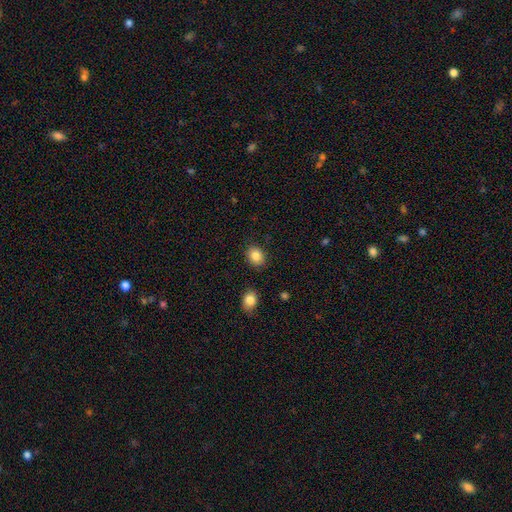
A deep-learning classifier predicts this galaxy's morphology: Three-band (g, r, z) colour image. It shows a smooth galaxy with no disk features (86%) that is in between round and cigar-shaped (56%). Merging: none (87%).